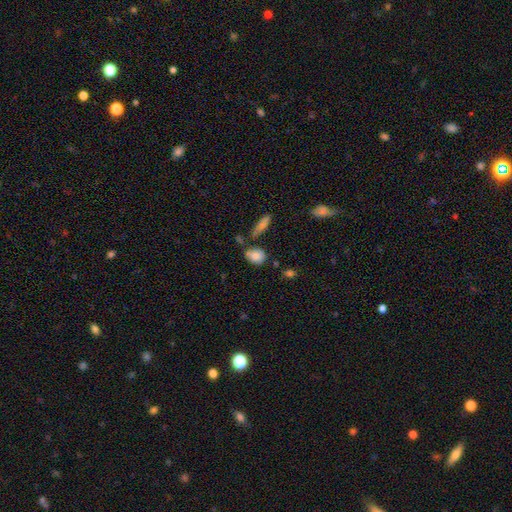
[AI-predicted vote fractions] A smooth galaxy with no disk features (83%) that is in between round and cigar-shaped (50%).

Vote fractions:
- Smooth or featured? smooth: 83% / featured or disk: 9% / star or artifact: 8%
- How rounded? in between: 50% / round: 47% / cigar-shaped: 3%
- Merging? none: 61% / minor disturbance: 21% / merger: 12% / major disturbance: 6%